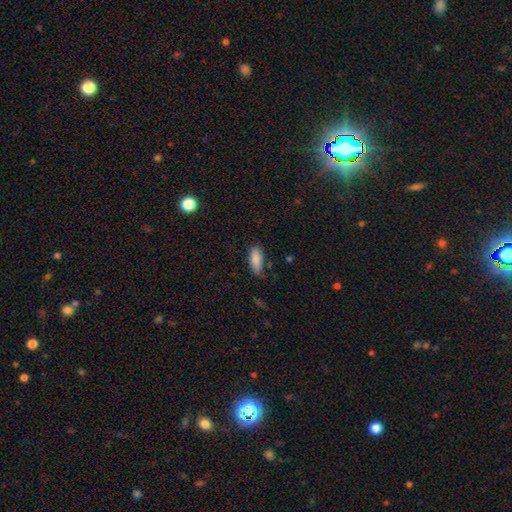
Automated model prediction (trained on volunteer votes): smooth_or_featured: smooth (p=0.77) [alt: star or artifact p=0.14]
how_rounded: in between (p=0.70) [alt: cigar-shaped p=0.26]
merging: none (p=0.74) [alt: minor disturbance p=0.20]